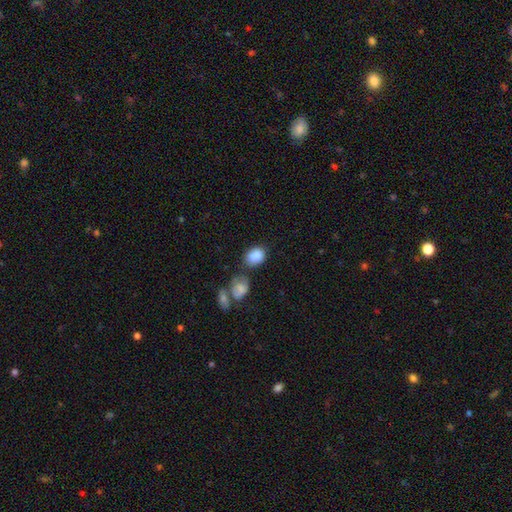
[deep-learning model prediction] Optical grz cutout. It shows a smooth galaxy with no disk features (86%) that is in between round and cigar-shaped (64%). Merging: none (58%).